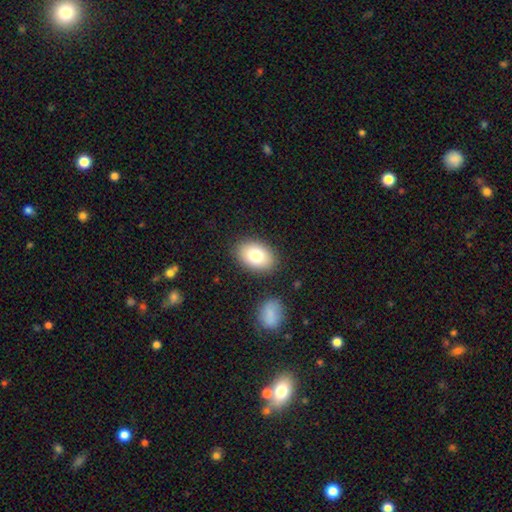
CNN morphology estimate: The model was most divided on "smooth or featured": smooth: 79%, featured or disk: 13%, star or artifact: 8%. More confident: merging — none (85%); how rounded — in between (82%).